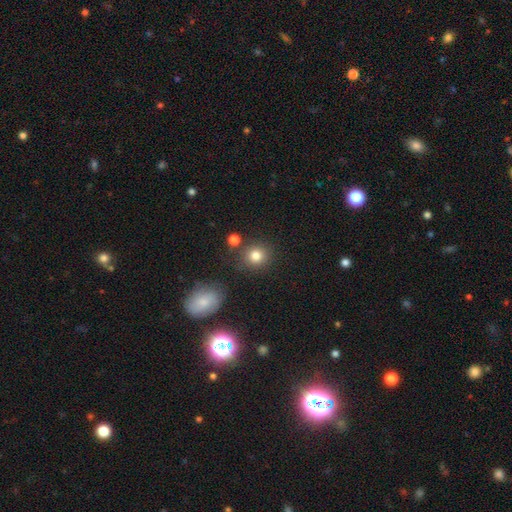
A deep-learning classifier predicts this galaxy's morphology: A smooth galaxy with no disk features (82%) that is round (86%).

Vote fractions:
- Smooth or featured? smooth: 82% / star or artifact: 12% / featured or disk: 6%
- How rounded? round: 86% / in between: 13% / cigar-shaped: 1%
- Merging? none: 79% / minor disturbance: 10% / merger: 7% / major disturbance: 4%